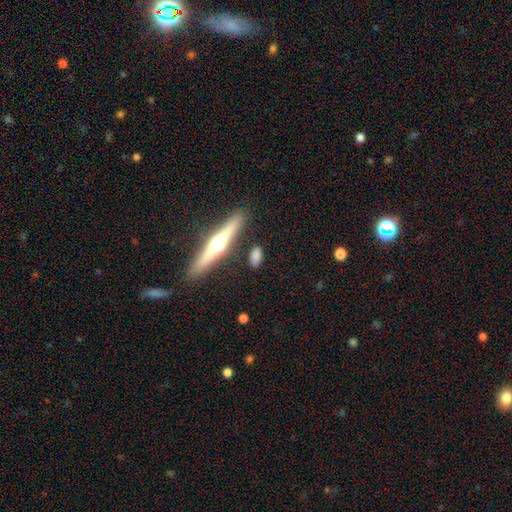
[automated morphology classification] A smooth galaxy with no disk features (69%) that is in between round and cigar-shaped (56%). Merging: none (81%).